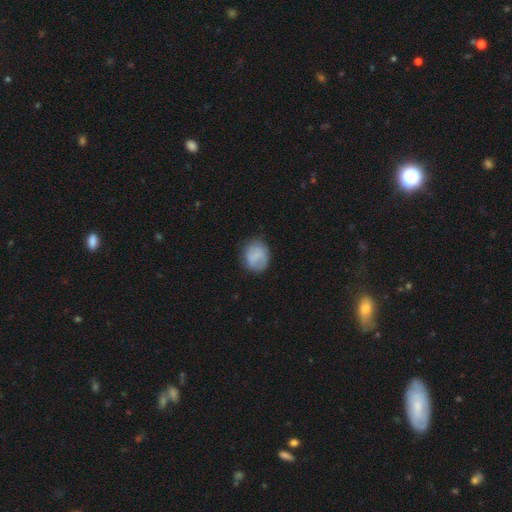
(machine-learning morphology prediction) A smooth galaxy with no disk features (73%) that is round (64%).

Vote fractions:
- Smooth or featured? smooth: 73% / featured or disk: 20% / star or artifact: 8%
- How rounded? round: 64% / in between: 35% / cigar-shaped: 1%
- Merging? none: 72% / minor disturbance: 20% / major disturbance: 7% / merger: 1%